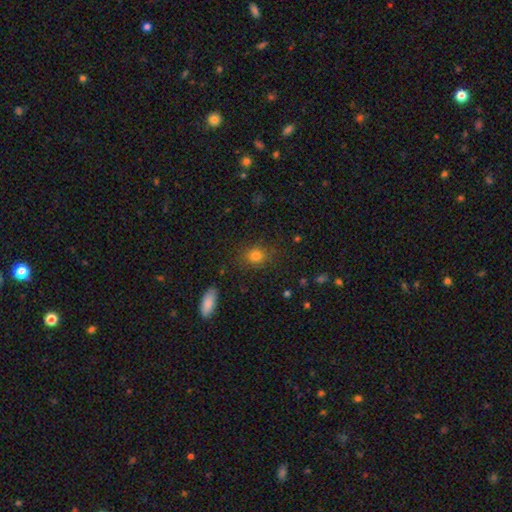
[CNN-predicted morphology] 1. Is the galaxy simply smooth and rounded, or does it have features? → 81% smooth, 13% star or artifact, 7% featured or disk.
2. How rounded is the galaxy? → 70% round, 28% in between, 1% cigar-shaped.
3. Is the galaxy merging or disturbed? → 84% none, 10% minor disturbance, 4% major disturbance, 2% merger.